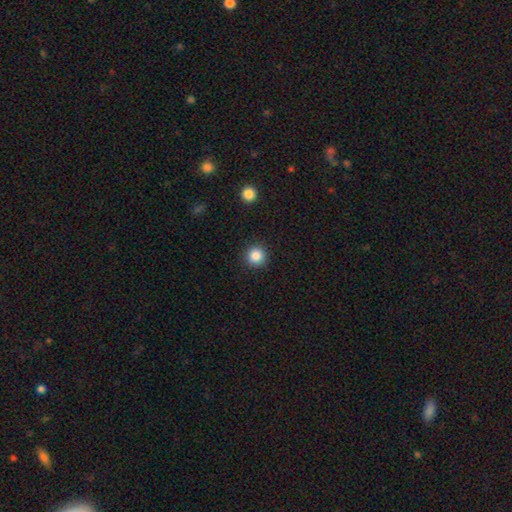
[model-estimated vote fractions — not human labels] Smooth or featured?
  - smooth: 86% *
  - star or artifact: 10%
  - featured or disk: 4%
How rounded?
  - round: 95% *
  - in between: 4%
  - cigar-shaped: 1%
Merging?
  - none: 91% *
  - minor disturbance: 5%
  - major disturbance: 2%
  - merger: 1%